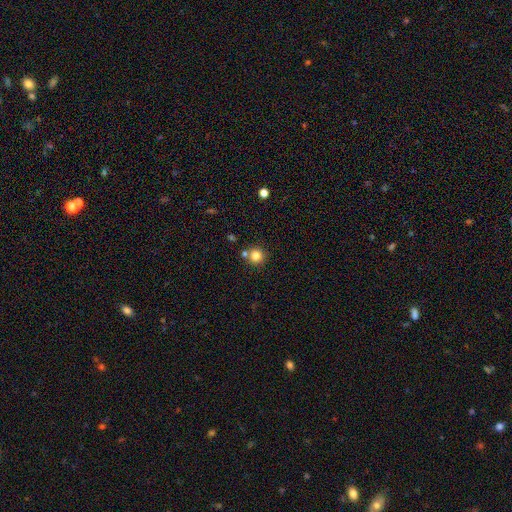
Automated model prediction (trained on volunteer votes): Overall: smooth (82%). How rounded: round (94%). Merging: none (74%).